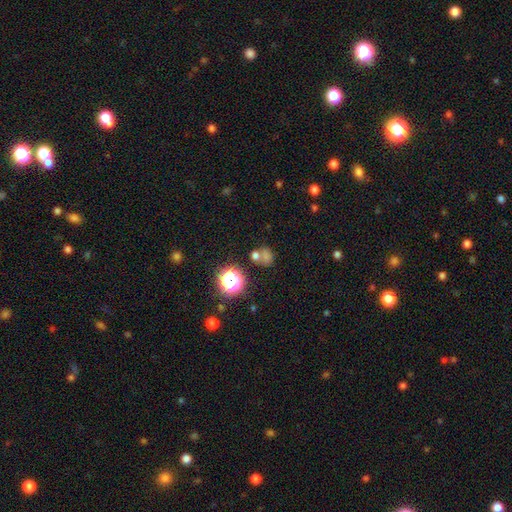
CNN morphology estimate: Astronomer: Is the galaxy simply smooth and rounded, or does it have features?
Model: smooth — 63%.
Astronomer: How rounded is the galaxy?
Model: round — 70%.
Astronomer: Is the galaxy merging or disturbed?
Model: none — 54%.